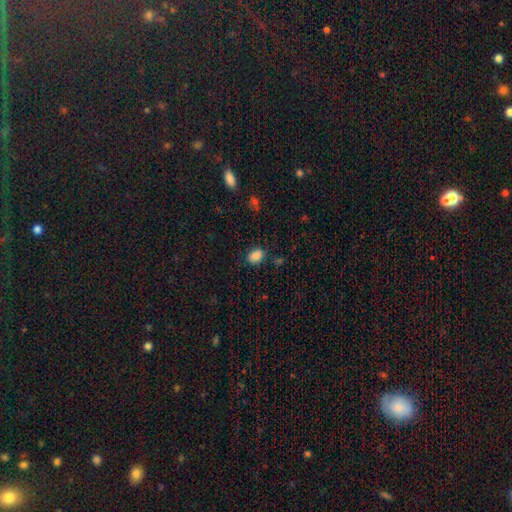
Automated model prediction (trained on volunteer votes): This appears to be a smooth galaxy with no disk features (83%) that is in between round and cigar-shaped (68%). Merging: none (79%).